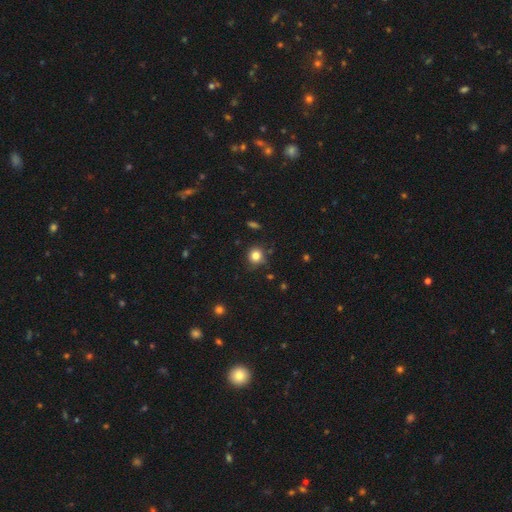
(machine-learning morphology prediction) type=smooth (82%); roundness=round (88%); merging=none (81%).